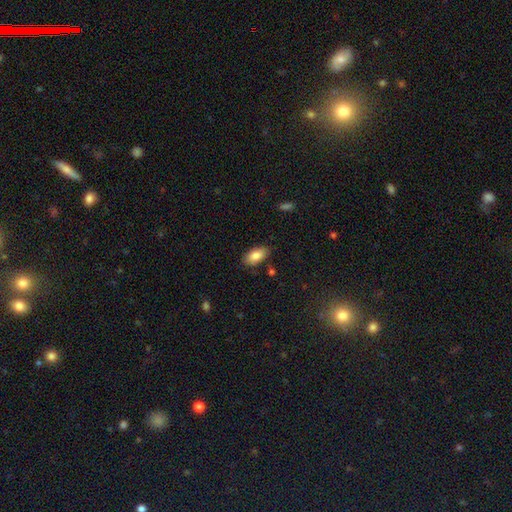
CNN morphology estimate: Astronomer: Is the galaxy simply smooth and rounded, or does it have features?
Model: smooth — 84%.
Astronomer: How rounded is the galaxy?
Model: in between — 93%.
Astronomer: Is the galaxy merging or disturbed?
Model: none — 83%.